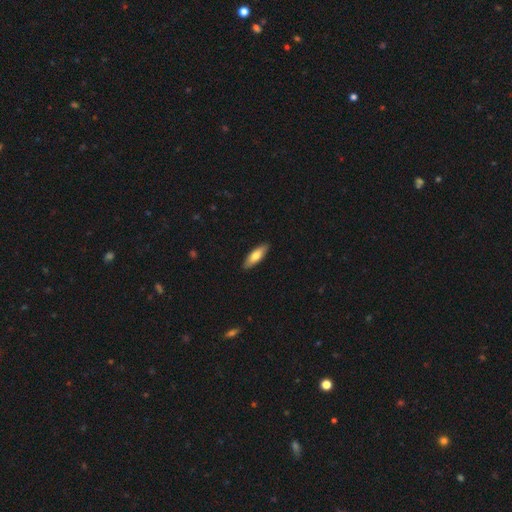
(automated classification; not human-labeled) The model was most divided on "how rounded": in between: 56%, cigar-shaped: 42%, round: 2%. More confident: merging — none (89%); smooth or featured — smooth (71%).